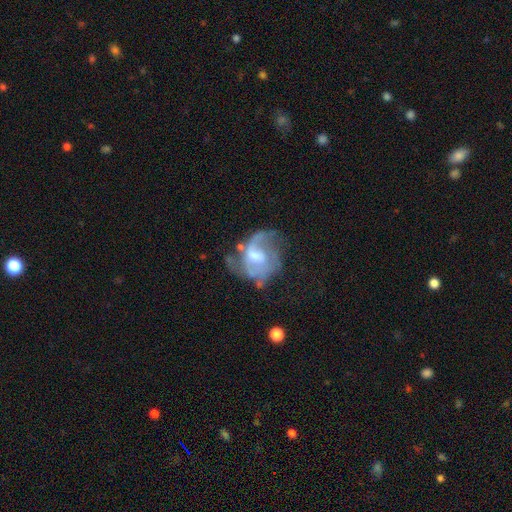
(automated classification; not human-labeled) The model was most divided on "bar": weak: 49%, no: 39%, strong: 12%. Remaining: edge-on disk — no (97%); spiral arms — yes (80%); smooth or featured — featured or disk (75%); bulge size — moderate (49%); spiral arm count — 2 (48%); spiral winding — medium (44%); merging — none (42%).